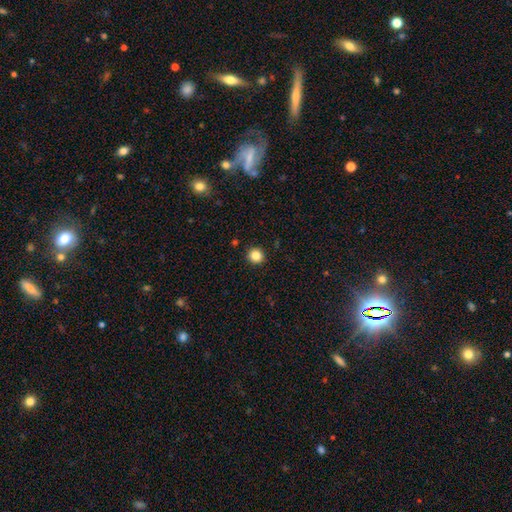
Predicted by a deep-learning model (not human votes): The model was most divided on "smooth or featured": smooth: 85%, star or artifact: 11%, featured or disk: 4%. More confident: merging — none (92%); how rounded — round (91%).